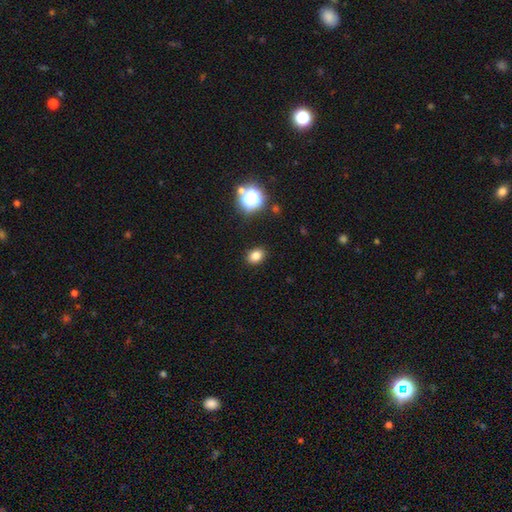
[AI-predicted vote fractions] smooth 80%, star or artifact 15%, featured or disk 5%. Down the decision tree: how rounded — in between (58%); merging — none (89%).